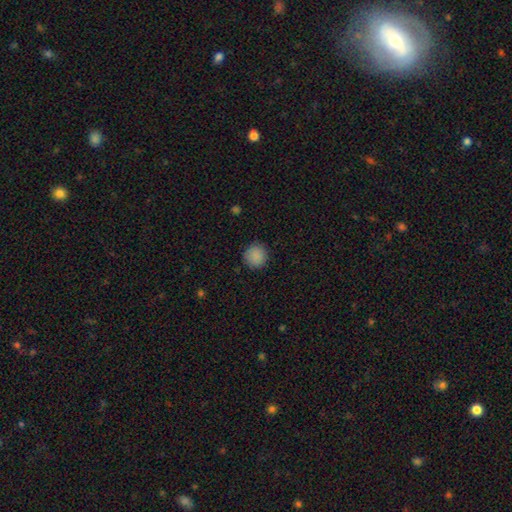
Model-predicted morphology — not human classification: The model was most divided on "smooth or featured": smooth: 88%, star or artifact: 9%, featured or disk: 3%. More confident: how rounded — round (93%); merging — none (89%).